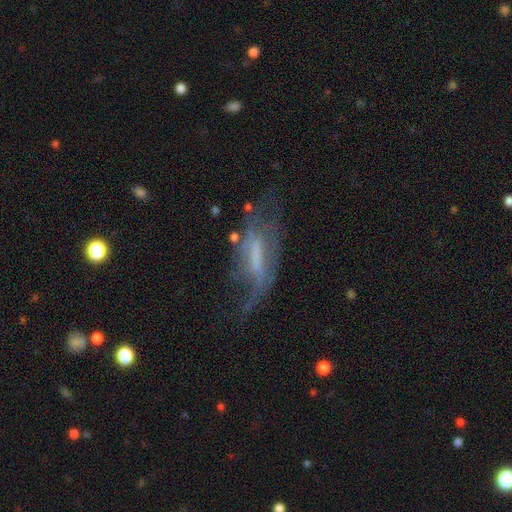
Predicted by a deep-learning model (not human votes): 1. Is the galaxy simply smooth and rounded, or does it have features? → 66% featured or disk, 23% smooth, 11% star or artifact.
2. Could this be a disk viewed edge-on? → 80% no, 20% yes.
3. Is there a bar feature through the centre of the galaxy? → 39% strong, 35% weak, 26% no.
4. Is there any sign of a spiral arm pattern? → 67% yes, 33% no.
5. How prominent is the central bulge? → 47% none, 23% small, 21% moderate, 7% large, 2% dominant.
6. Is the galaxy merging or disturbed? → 39% none, 34% major disturbance, 23% minor disturbance, 4% merger.